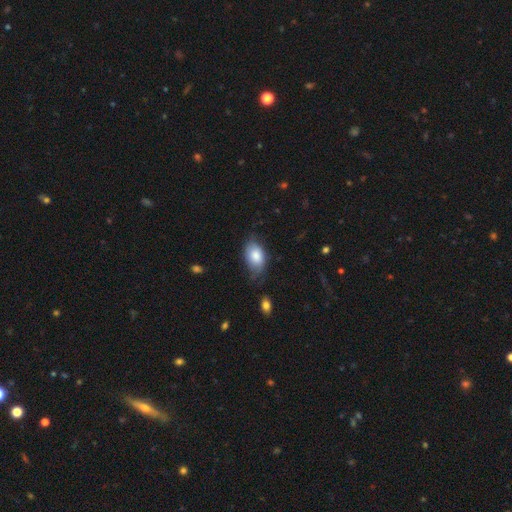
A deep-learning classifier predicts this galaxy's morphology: This appears to be a smooth galaxy with no disk features (81%) that is in between round and cigar-shaped (89%). Merging: none (57%).